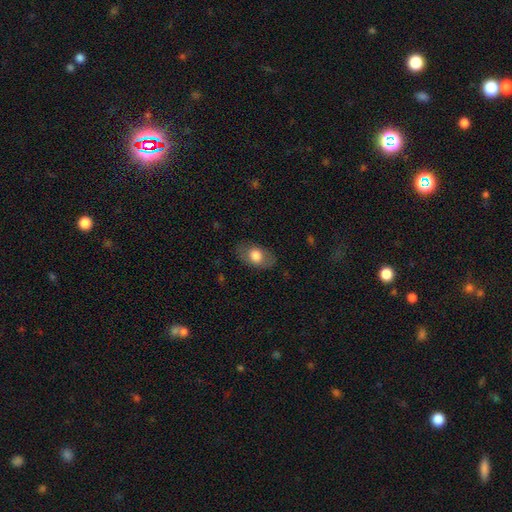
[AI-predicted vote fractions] Overall: smooth (72%). How rounded: in between (86%). Merging: none (78%).